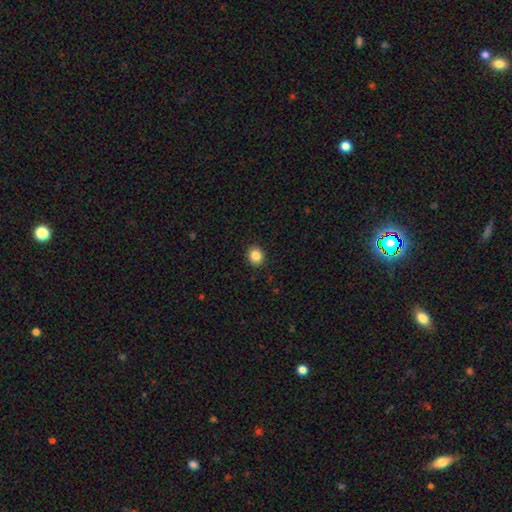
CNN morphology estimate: Overall: smooth (85%). How rounded: round (74%). Merging: none (91%).